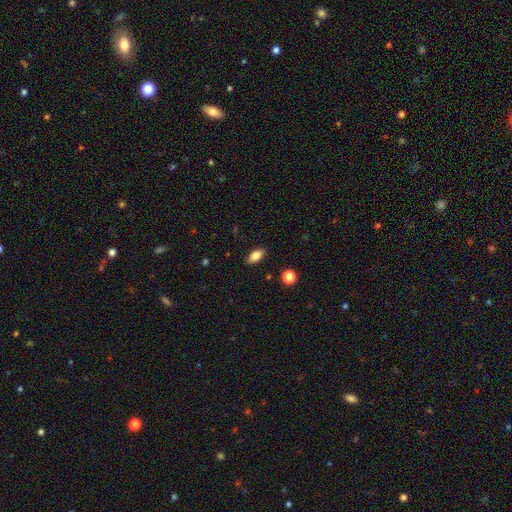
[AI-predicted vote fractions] This appears to be a smooth galaxy with no disk features (80%) that is in between round and cigar-shaped (88%). Merging: none (87%).